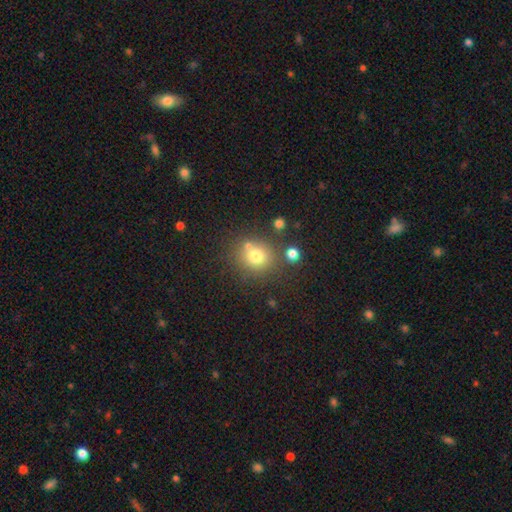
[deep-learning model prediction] This is likely a smooth galaxy (73%). How rounded: clearly round (84%). Merging: likely none (68%).